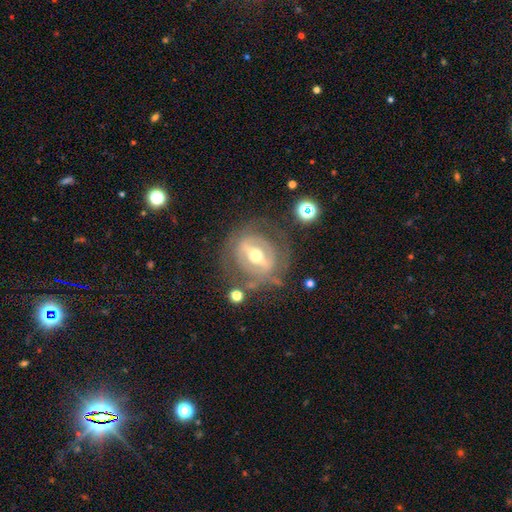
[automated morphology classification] smooth-or-featured: featured or disk: 78% | smooth: 15% | star or artifact: 7%
  disk-edge-on: no: 85% | yes: 15%
    bar: strong: 68% | weak: 22% | no: 10%
    has-spiral-arms: no: 59% | yes: 41%
    bulge-size: moderate: 73% | small: 16% | large: 9% | dominant: 1% | none: 1%
  merging: none: 69% | minor disturbance: 16% | major disturbance: 11% | merger: 4%